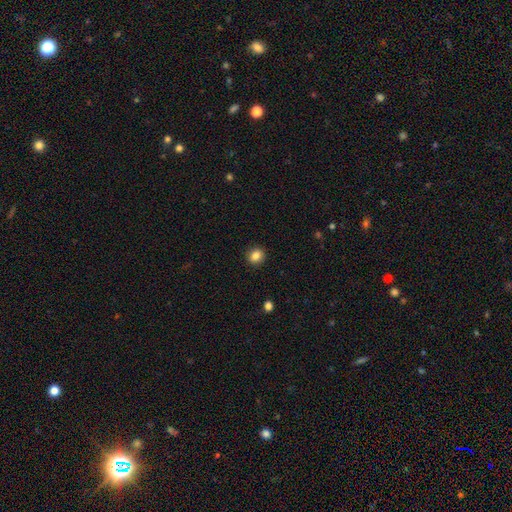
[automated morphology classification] Q: Smooth or featured?
A: smooth (85%); runner-up: star or artifact (10%)
Q: How rounded?
A: round (81%); runner-up: in between (18%)
Q: Merging?
A: none (91%); runner-up: minor disturbance (6%)